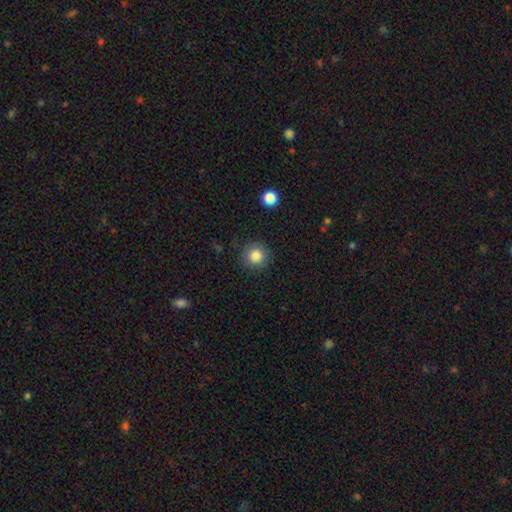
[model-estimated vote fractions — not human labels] Q: Smooth or featured?
A: smooth (84%); runner-up: star or artifact (10%)
Q: How rounded?
A: round (94%); runner-up: in between (5%)
Q: Merging?
A: none (87%); runner-up: minor disturbance (8%)